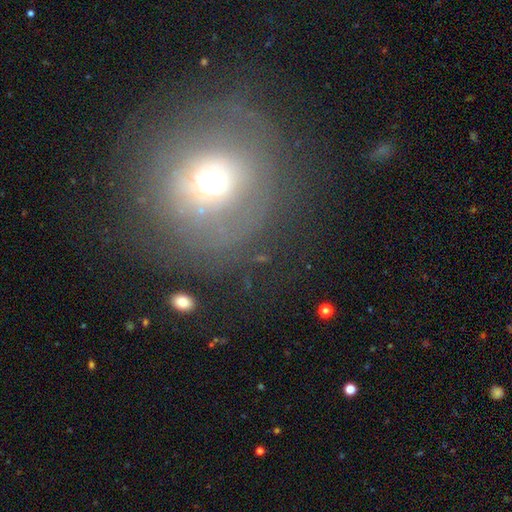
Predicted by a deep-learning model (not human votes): A smooth galaxy with no disk features (43%). Merging: none (76%).